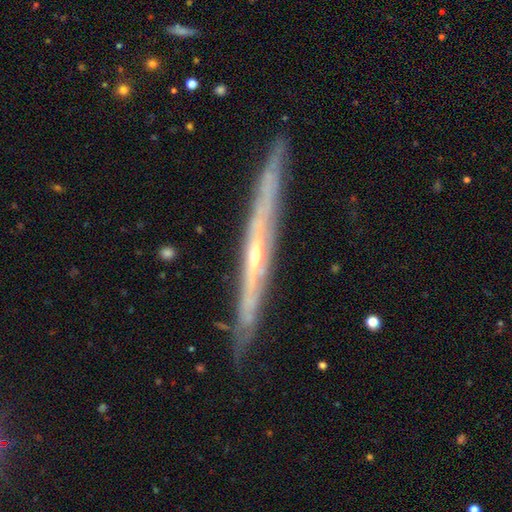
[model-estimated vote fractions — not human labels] Morphology: type=featured or disk (81%); edge-on=yes (95%); edge-on bulge=rounded (60%); merging=none (87%).